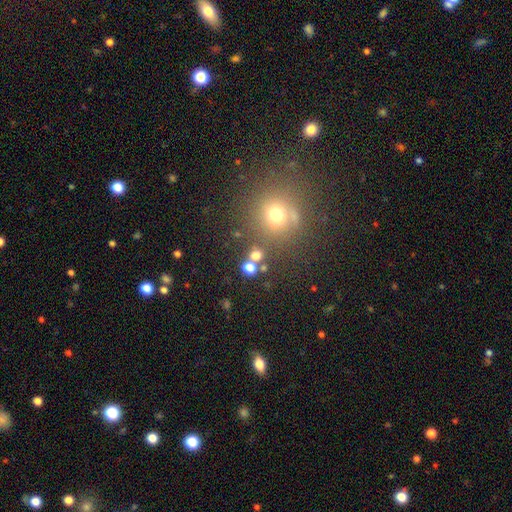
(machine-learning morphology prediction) Smooth or featured?
  - smooth: 71% *
  - star or artifact: 21%
  - featured or disk: 8%
How rounded?
  - round: 86% *
  - in between: 13%
  - cigar-shaped: 1%
Merging?
  - none: 71% *
  - merger: 18%
  - minor disturbance: 7%
  - major disturbance: 4%